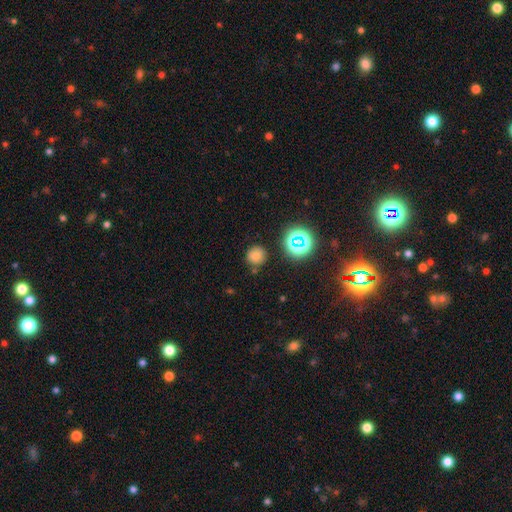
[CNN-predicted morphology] This is likely a smooth galaxy (72%). How rounded: clearly round (92%). Merging: clearly none (83%).